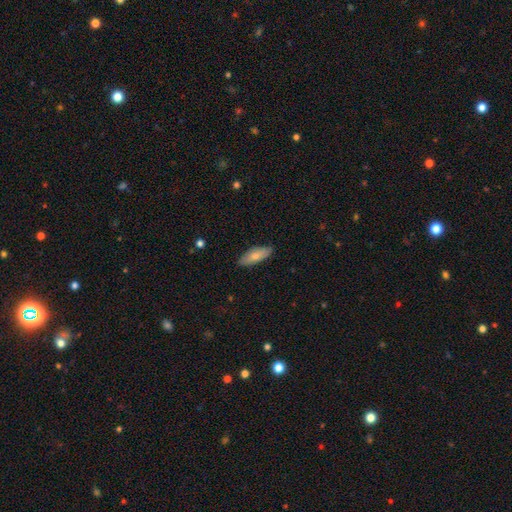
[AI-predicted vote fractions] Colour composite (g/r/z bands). It shows a smooth galaxy with no disk features (76%) that is in between round and cigar-shaped (71%). Merging: none (84%).